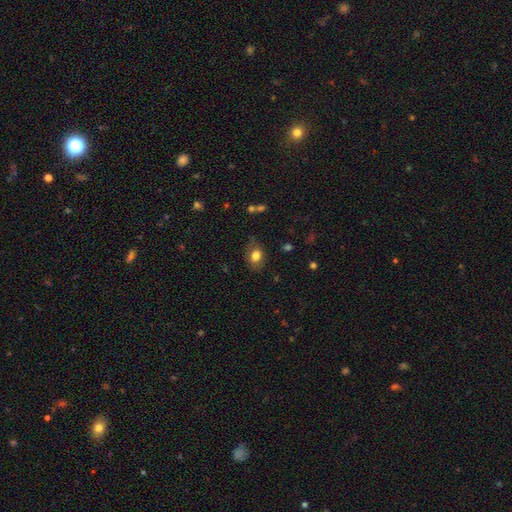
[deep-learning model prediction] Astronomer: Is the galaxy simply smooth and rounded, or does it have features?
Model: smooth — 79%.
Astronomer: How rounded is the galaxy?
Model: in between — 70%.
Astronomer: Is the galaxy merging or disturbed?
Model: none — 73%.